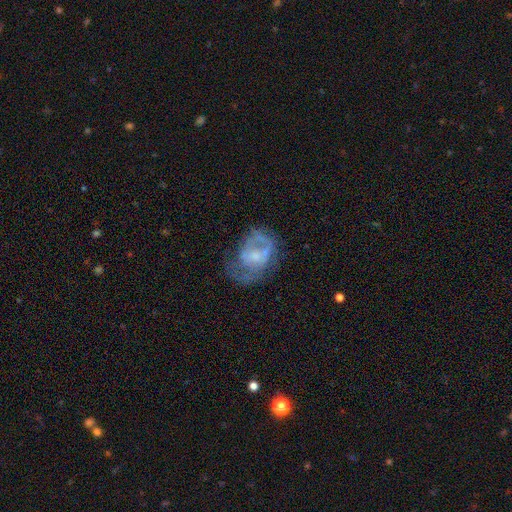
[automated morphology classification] smooth-or-featured: featured or disk: 64% | smooth: 28% | star or artifact: 8%
  disk-edge-on: no: 97% | yes: 3%
    bar: no: 72% | weak: 24% | strong: 4%
    has-spiral-arms: yes: 51% | no: 49%
    bulge-size: small: 44% | moderate: 36% | none: 14% | large: 4% | dominant: 1%
  merging: none: 36% (tied) | major disturbance: 36% (tied) | minor disturbance: 25% | merger: 4%